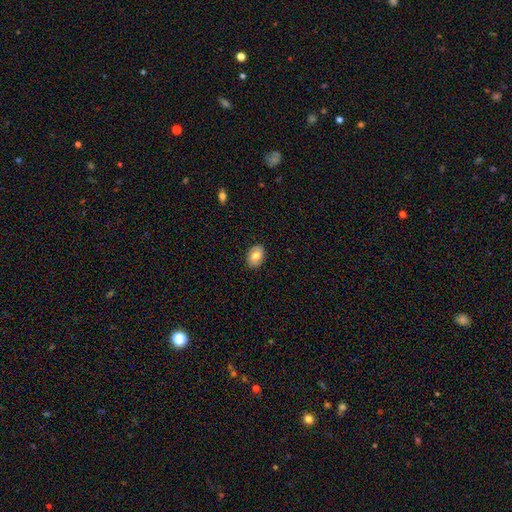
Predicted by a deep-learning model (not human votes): Smooth or featured? Predicted: smooth (p=0.73). How rounded? Predicted: in between (p=0.72). Merging? Predicted: none (p=0.86).